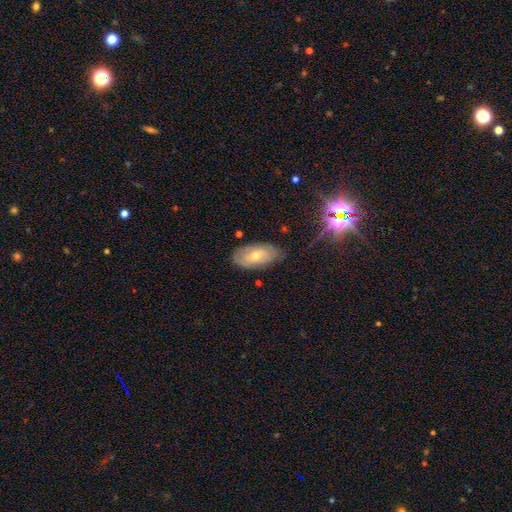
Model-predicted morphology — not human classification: Smooth or featured?
  - smooth: 46% *
  - featured or disk: 45%
  - star or artifact: 8%
Merging?
  - none: 75% *
  - minor disturbance: 19%
  - major disturbance: 4%
  - merger: 2%